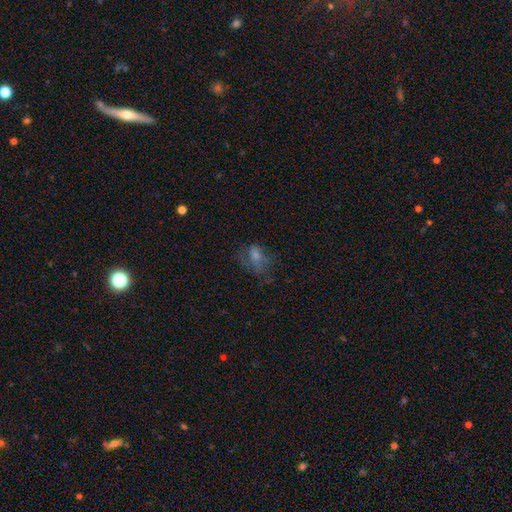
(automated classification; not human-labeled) A smooth galaxy with no disk features (43%).

Vote fractions:
- Smooth or featured? smooth: 43% / featured or disk: 34% / star or artifact: 23%
- Merging? none: 50% / major disturbance: 26% / minor disturbance: 22% / merger: 2%